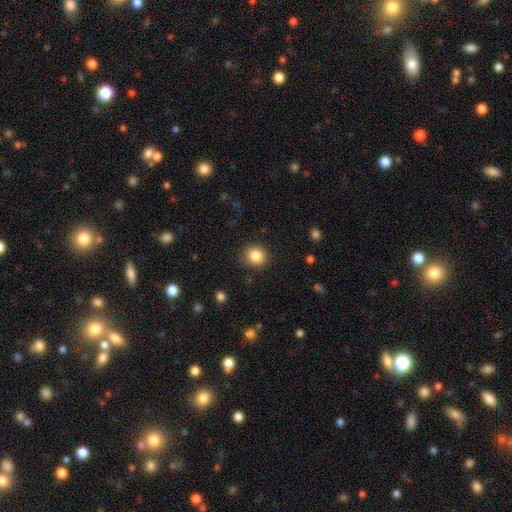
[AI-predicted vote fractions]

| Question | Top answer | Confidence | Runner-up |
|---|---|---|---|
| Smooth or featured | smooth | 85% | star or artifact (10%) |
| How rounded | round | 86% | in between (13%) |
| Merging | none | 87% | minor disturbance (9%) |